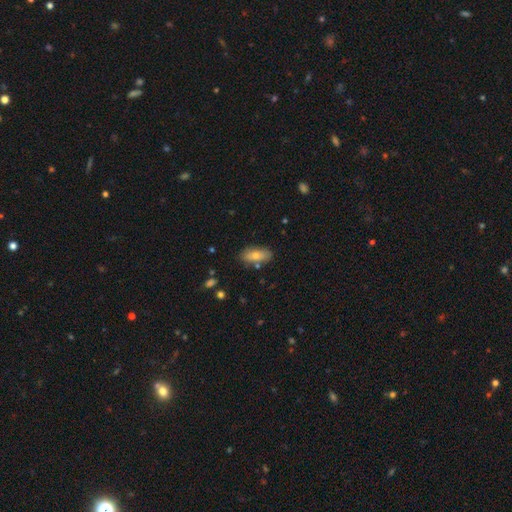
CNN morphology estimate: This is likely a smooth galaxy (67%). How rounded: clearly in between (82%). Merging: likely none (80%).